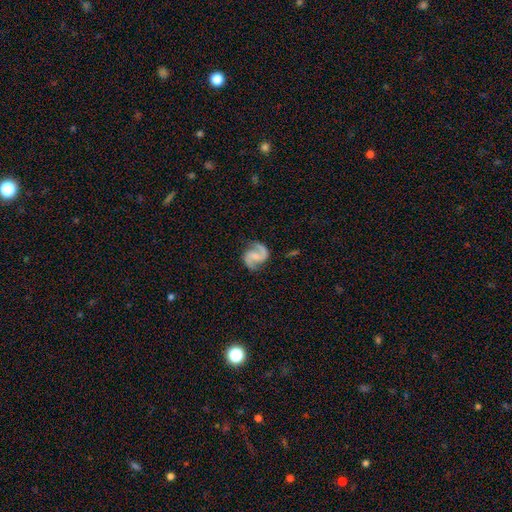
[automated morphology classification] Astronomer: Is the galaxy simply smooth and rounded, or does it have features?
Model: featured or disk — 88%.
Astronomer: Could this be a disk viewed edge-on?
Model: no — 98%.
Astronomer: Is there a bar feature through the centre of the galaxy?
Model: weak — 47% (runner-up: no, 30%).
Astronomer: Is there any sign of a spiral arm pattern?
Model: yes — 97%.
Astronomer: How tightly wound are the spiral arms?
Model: medium — 56%.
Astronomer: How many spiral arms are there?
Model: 2 — 93%.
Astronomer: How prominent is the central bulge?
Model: none — 46% (runner-up: small, 33%).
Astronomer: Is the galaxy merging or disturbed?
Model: none — 80%.